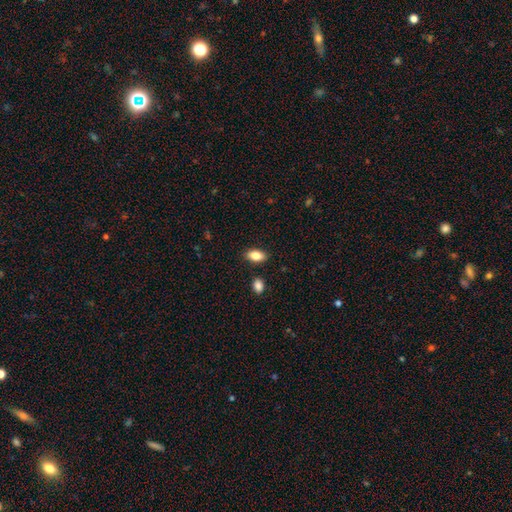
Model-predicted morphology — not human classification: Smooth or featured? Predicted: smooth (p=0.84). How rounded? Predicted: in between (p=0.90). Merging? Predicted: none (p=0.86).